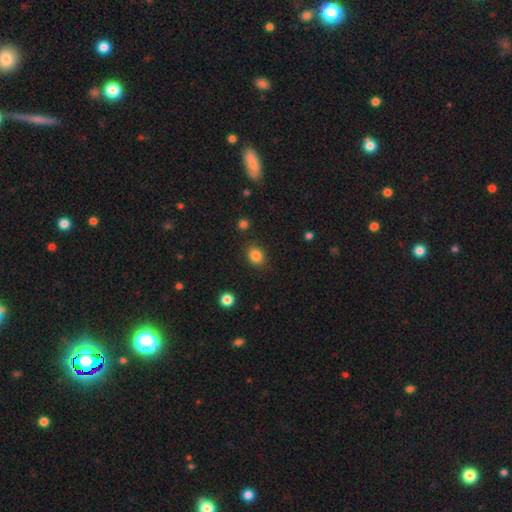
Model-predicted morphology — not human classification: This appears to be a smooth galaxy with no disk features (85%) that is round (54%). Merging: none (86%).